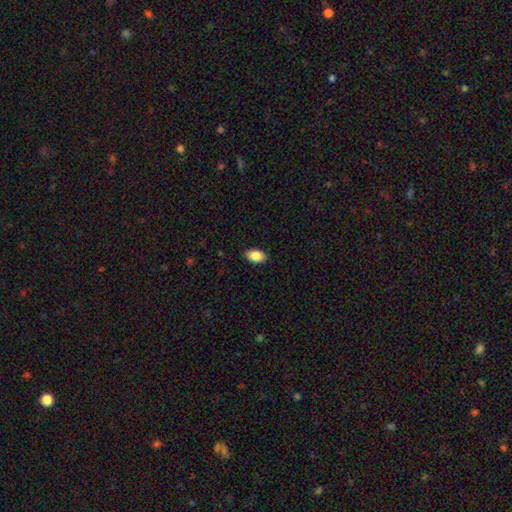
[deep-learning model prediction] smooth_or_featured: smooth (p=0.87) [alt: star or artifact p=0.07]
how_rounded: in between (p=0.90) [alt: round p=0.08]
merging: none (p=0.89) [alt: minor disturbance p=0.08]